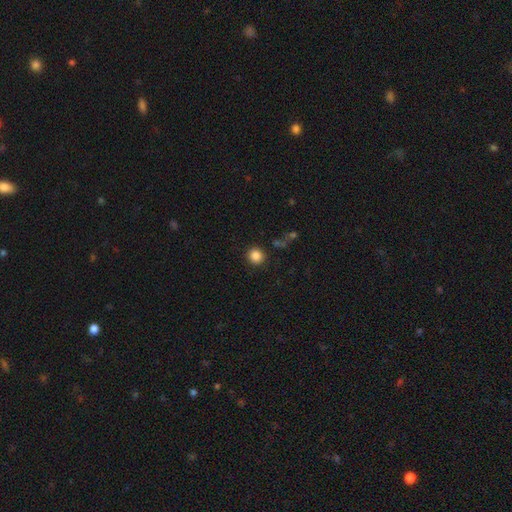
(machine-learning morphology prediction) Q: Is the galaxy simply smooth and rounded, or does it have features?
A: smooth — 85%.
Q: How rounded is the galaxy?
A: round — 93%.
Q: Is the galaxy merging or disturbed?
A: none — 89%.